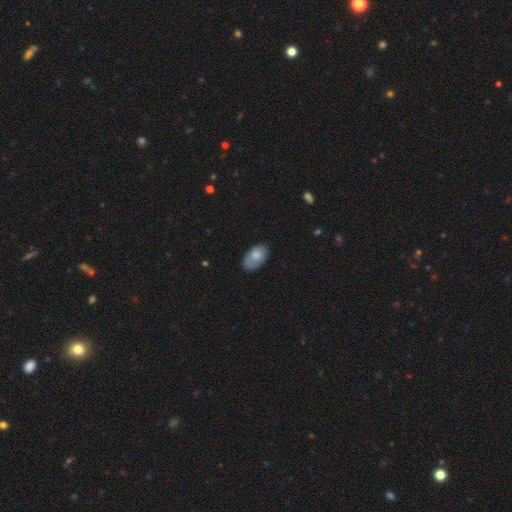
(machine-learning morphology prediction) A smooth galaxy with no disk features (80%) that is in between round and cigar-shaped (93%).

Vote fractions:
- Smooth or featured? smooth: 80% / featured or disk: 14% / star or artifact: 7%
- How rounded? in between: 93% / round: 5% / cigar-shaped: 2%
- Merging? none: 71% / minor disturbance: 23% / major disturbance: 5% / merger: 1%